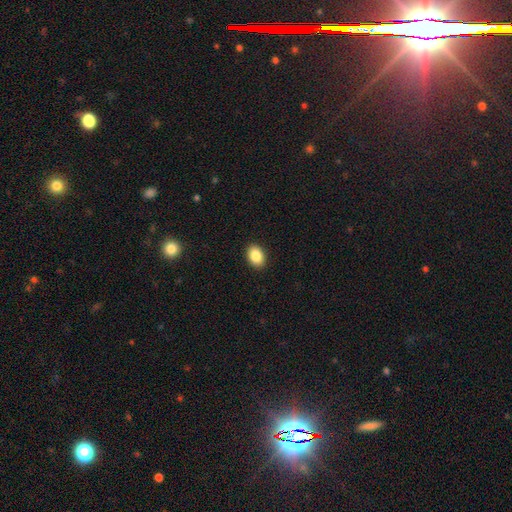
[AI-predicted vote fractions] Smooth or featured: smooth — 87% (star or artifact — 8%)
How rounded: in between — 75% (round — 24%)
Merging: none — 91% (minor disturbance — 6%)